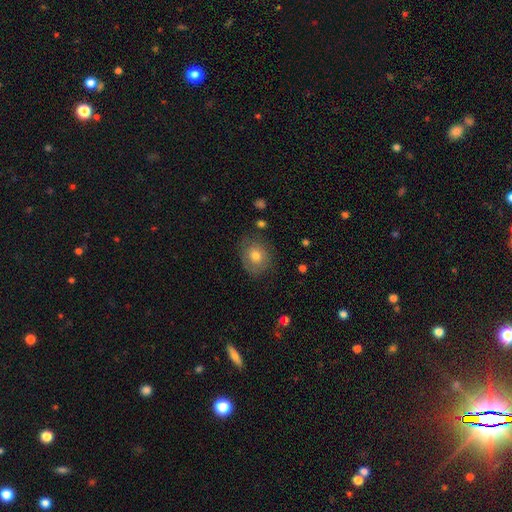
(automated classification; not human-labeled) Smooth or featured: smooth — 70% (featured or disk — 20%)
How rounded: round — 65% (in between — 35%)
Merging: none — 76% (minor disturbance — 17%)